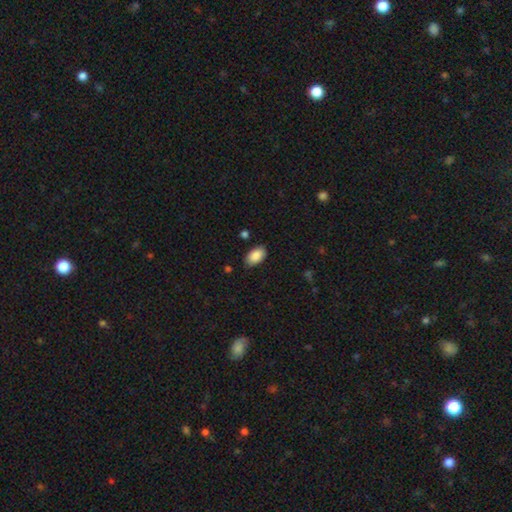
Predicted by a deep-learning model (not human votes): Overall: smooth (89%). How rounded: in between (94%). Merging: none (83%).